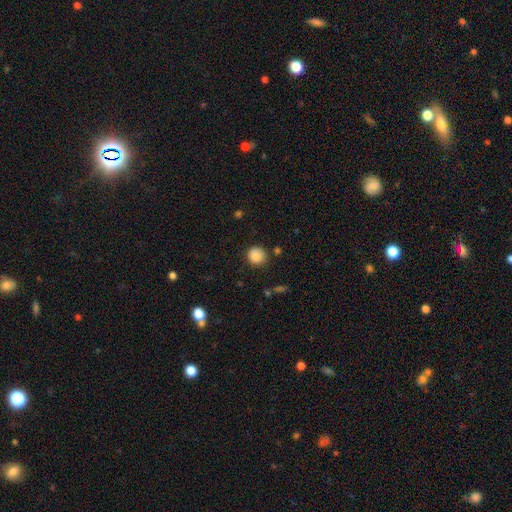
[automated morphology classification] smooth 86%, star or artifact 10%, featured or disk 4%. Down the decision tree: how rounded — round (91%); merging — none (82%).